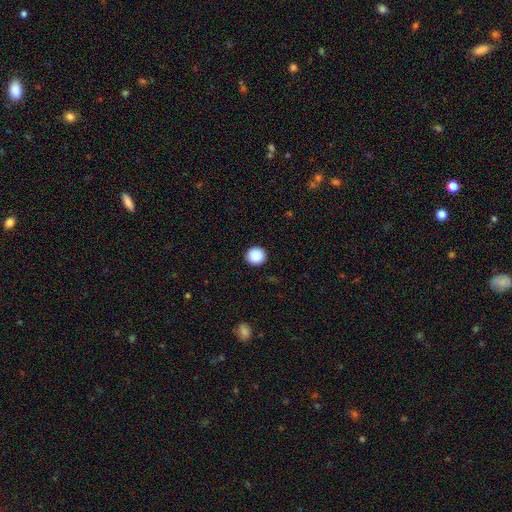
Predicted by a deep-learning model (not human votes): This appears to be a smooth galaxy with no disk features (89%) that is round (93%). Merging: none (93%).